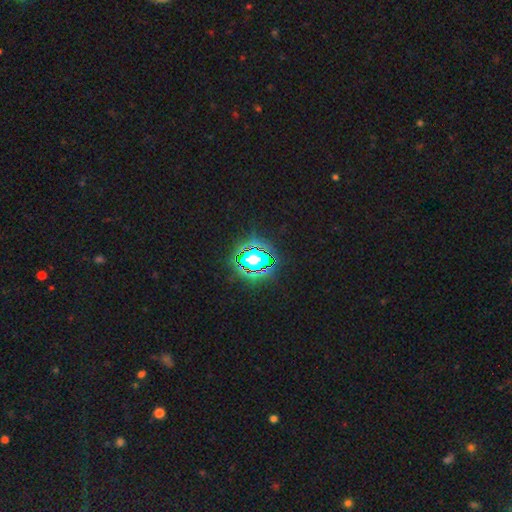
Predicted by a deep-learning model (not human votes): smooth_or_featured: star or artifact (p=0.82) [alt: smooth p=0.11]